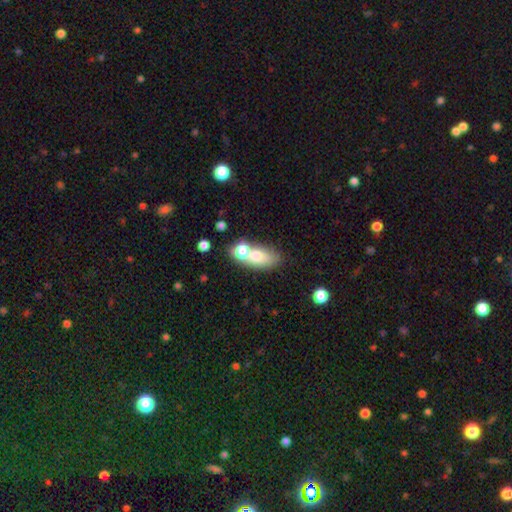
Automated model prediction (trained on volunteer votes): Smooth or featured? smooth (71%)
How rounded? in between (75%)
Merging? none (42%)